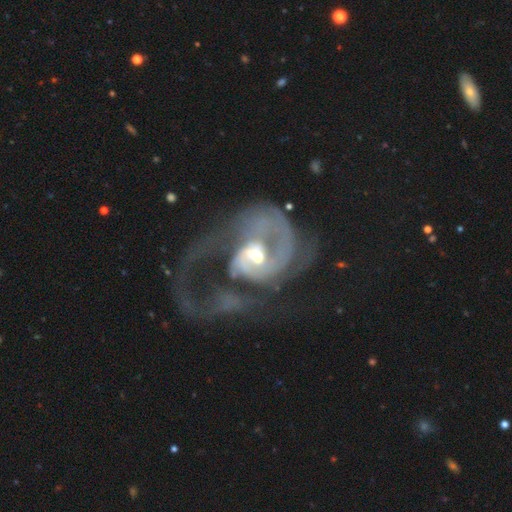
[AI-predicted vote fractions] The model was most divided on "spiral winding": medium: 42%, loose: 37%, tight: 21%. Remaining: edge-on disk — no (98%); spiral arms — yes (88%); smooth or featured — featured or disk (85%); bulge size — moderate (60%); merging — major disturbance (55%); bar — no (52%); spiral arm count — 2 (38%).